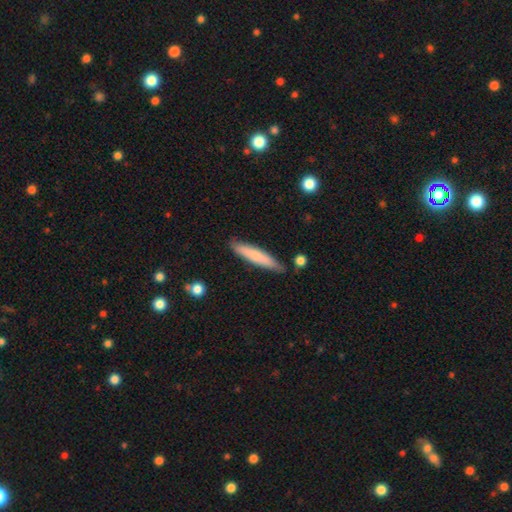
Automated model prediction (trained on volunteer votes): smooth_or_featured: smooth (p=0.73) [alt: featured or disk p=0.22]
how_rounded: cigar-shaped (p=0.91) [alt: in between p=0.08]
merging: none (p=0.84) [alt: minor disturbance p=0.11]